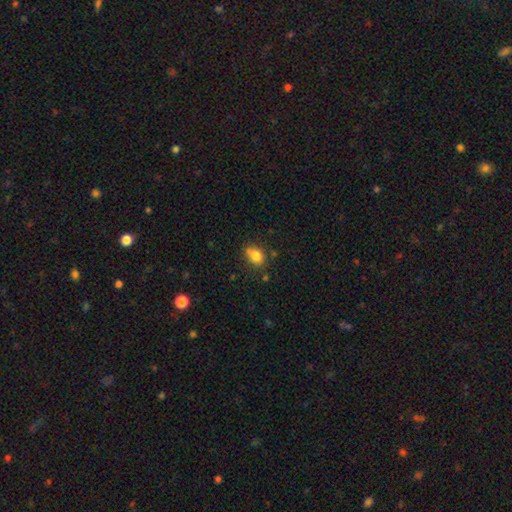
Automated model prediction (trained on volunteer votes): smooth 81%, star or artifact 10%, featured or disk 9%. Down the decision tree: how rounded — in between (61%); merging — none (62%).